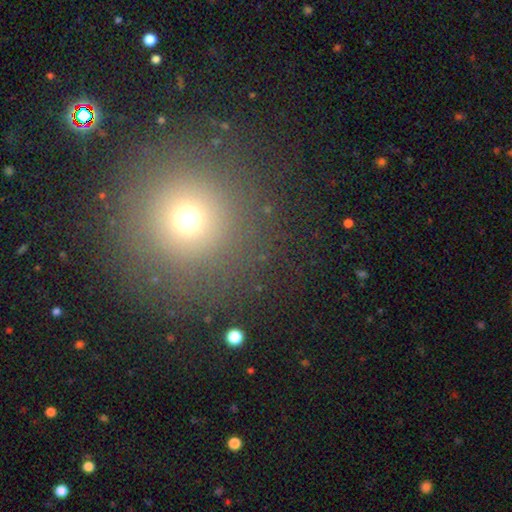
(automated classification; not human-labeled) This appears to be a smooth galaxy with no disk features (62%) that is round (96%). Merging: none (90%).